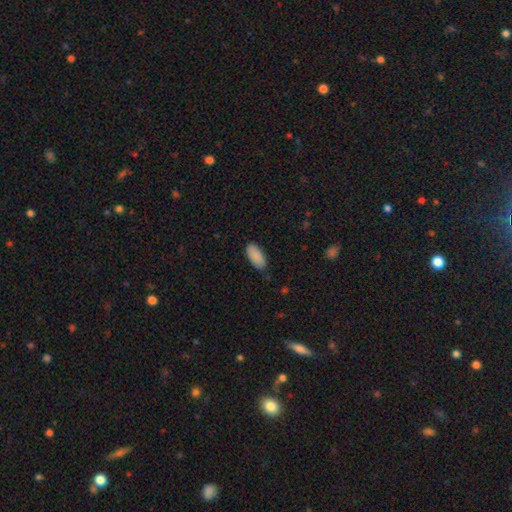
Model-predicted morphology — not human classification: Smooth or featured?
  - smooth: 90% *
  - star or artifact: 6%
  - featured or disk: 4%
How rounded?
  - in between: 91% *
  - cigar-shaped: 7%
  - round: 2%
Merging?
  - none: 85% *
  - minor disturbance: 11%
  - major disturbance: 2%
  - merger: 1%